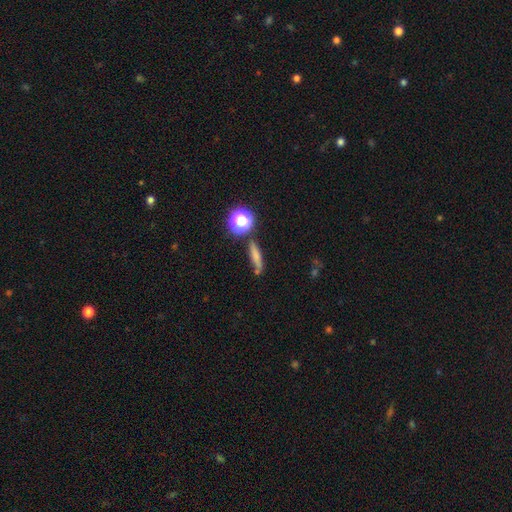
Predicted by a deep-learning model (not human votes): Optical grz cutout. It shows a smooth galaxy with no disk features (68%) that is cigar-shaped (68%). Merging: none (69%).